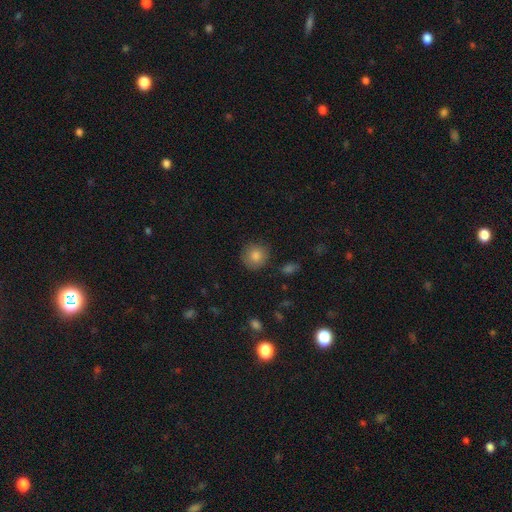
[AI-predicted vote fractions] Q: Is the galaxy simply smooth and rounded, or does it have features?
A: smooth — 84%.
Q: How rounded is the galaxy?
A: round — 91%.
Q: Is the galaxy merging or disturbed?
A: none — 84%.